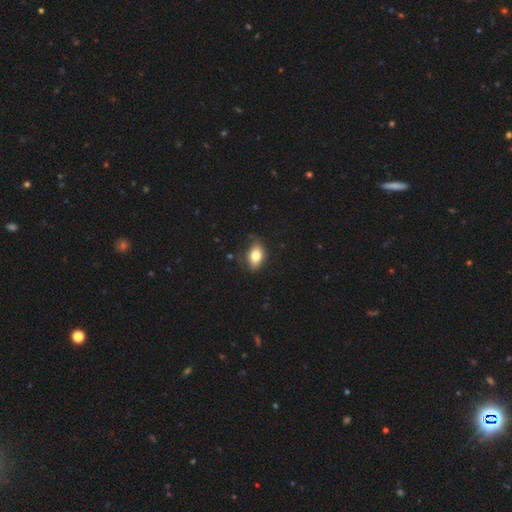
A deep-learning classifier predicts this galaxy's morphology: smooth 77%, featured or disk 15%, star or artifact 8%. Down the decision tree: how rounded — in between (85%); merging — none (69%).